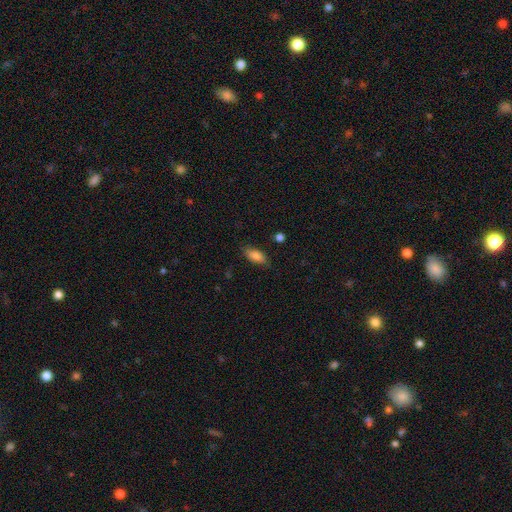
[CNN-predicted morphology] smooth_or_featured: smooth (p=0.82) [alt: featured or disk p=0.10]
how_rounded: in between (p=0.85) [alt: cigar-shaped p=0.12]
merging: none (p=0.80) [alt: minor disturbance p=0.15]